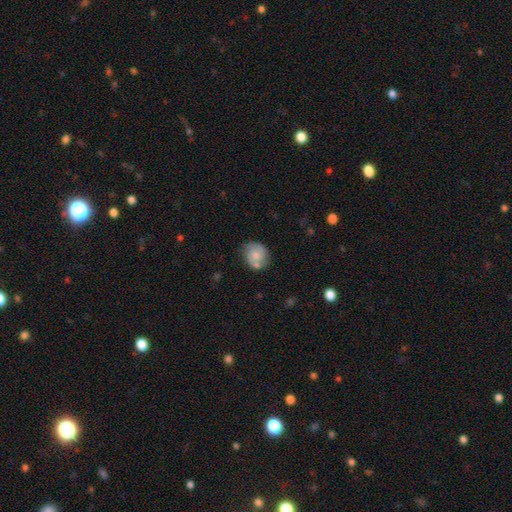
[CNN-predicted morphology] A featured or disk galaxy (46%, tied with smooth). Merging: none (58%).